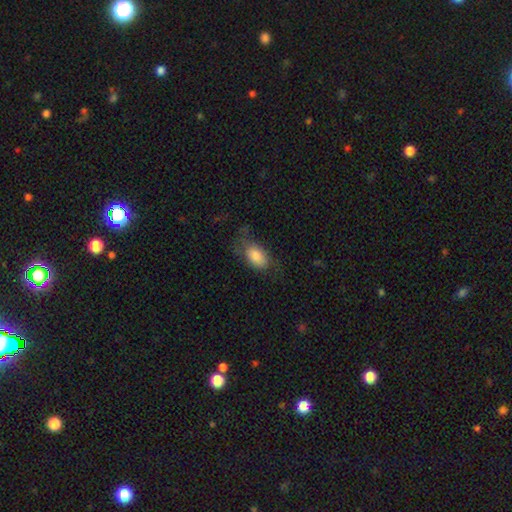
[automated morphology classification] Smooth or featured? smooth (80%)
How rounded? in between (91%)
Merging? none (52%)